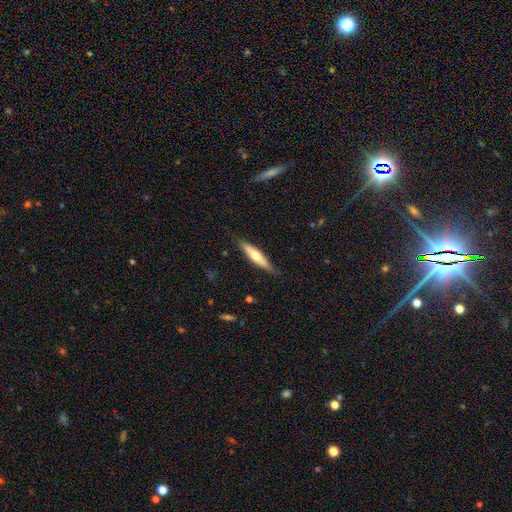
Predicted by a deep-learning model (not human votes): smooth 50%, featured or disk 45%, star or artifact 6%. Down the decision tree: merging — none (81%).